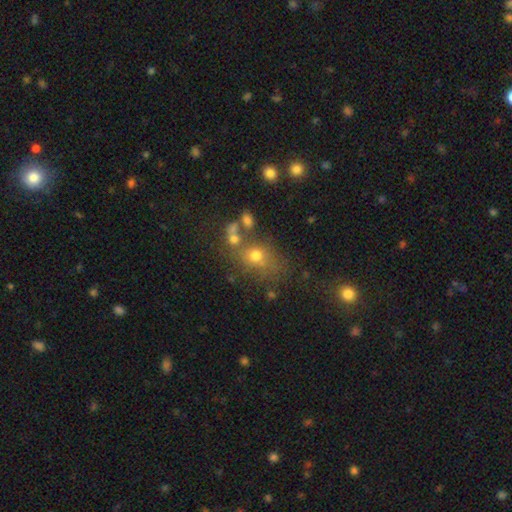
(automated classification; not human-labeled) smooth 64%, star or artifact 20%, featured or disk 16%. Down the decision tree: how rounded — round (57%); merging — none (54%).